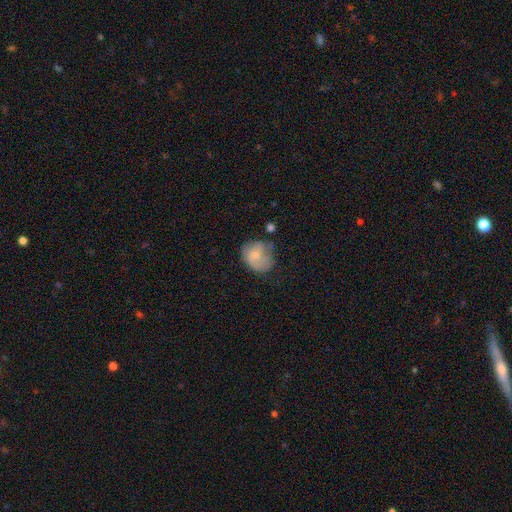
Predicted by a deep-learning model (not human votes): This appears to be a smooth galaxy with no disk features (65%) that is round (60%). Merging: none (39%).